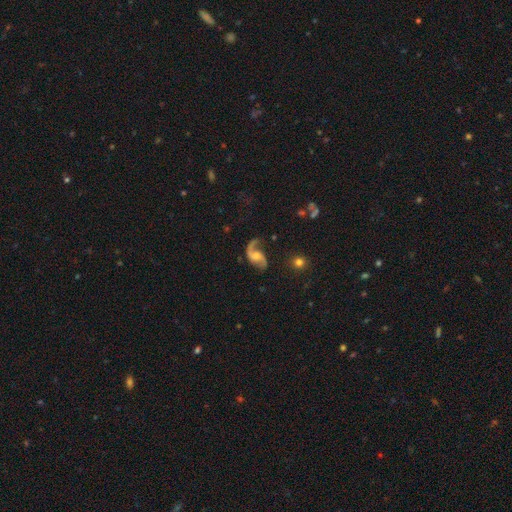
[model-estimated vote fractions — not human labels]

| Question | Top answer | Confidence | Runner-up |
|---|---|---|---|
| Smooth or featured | featured or disk | 88% | smooth (6%) |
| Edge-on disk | no | 98% | yes (2%) |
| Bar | no | 56% | weak (36%) |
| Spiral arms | yes | 97% | no (3%) |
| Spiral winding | loose | 68% | medium (27%) |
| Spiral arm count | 2 | 87% | 1 (9%) |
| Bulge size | moderate | 49% | small (33%) |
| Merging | none | 66% | minor disturbance (18%) |